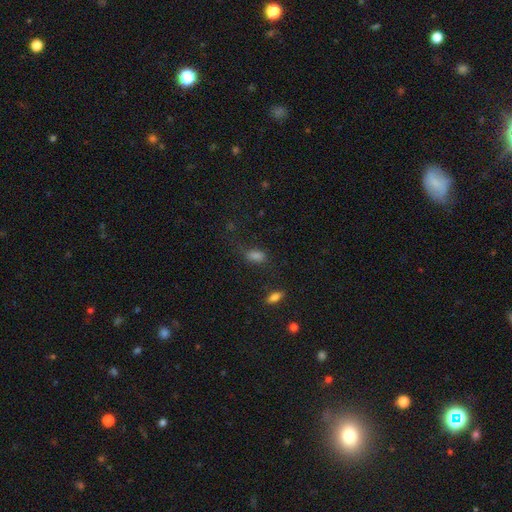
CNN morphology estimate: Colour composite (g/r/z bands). It shows a smooth galaxy with no disk features (72%) that is in between round and cigar-shaped (75%). Merging: none (57%).